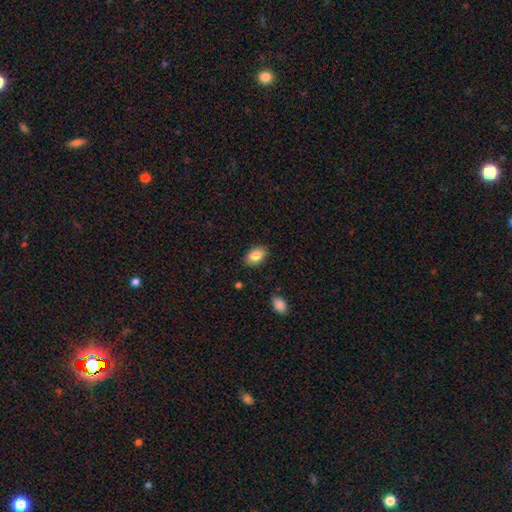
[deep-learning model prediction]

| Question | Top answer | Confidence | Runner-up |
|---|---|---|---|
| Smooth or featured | smooth | 85% | featured or disk (8%) |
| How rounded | in between | 90% | round (9%) |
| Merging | none | 87% | minor disturbance (10%) |